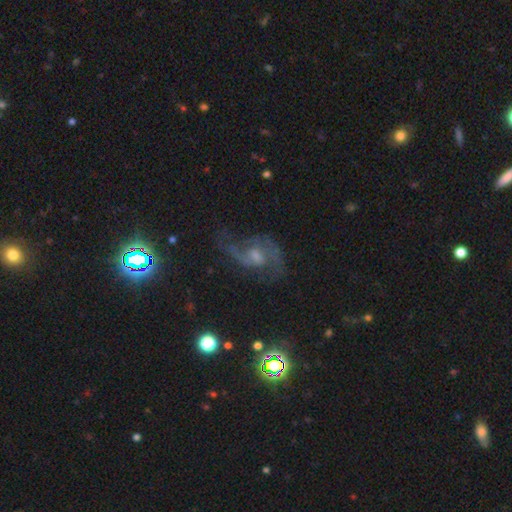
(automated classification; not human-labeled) A featured or disk galaxy (74%) with no bar (53%), 2 (78%) loose (45%) spiral arms (94%) and a moderate central bulge (45%). Merging: none (63%).